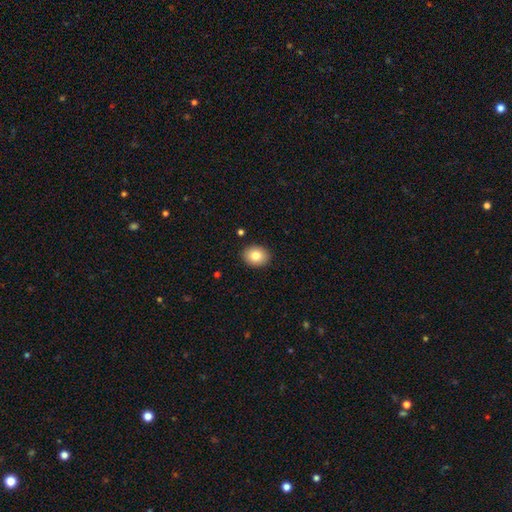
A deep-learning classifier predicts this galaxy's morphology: Smooth or featured? Predicted: smooth (p=0.81). How rounded? Predicted: round (p=0.50). Merging? Predicted: none (p=0.90).